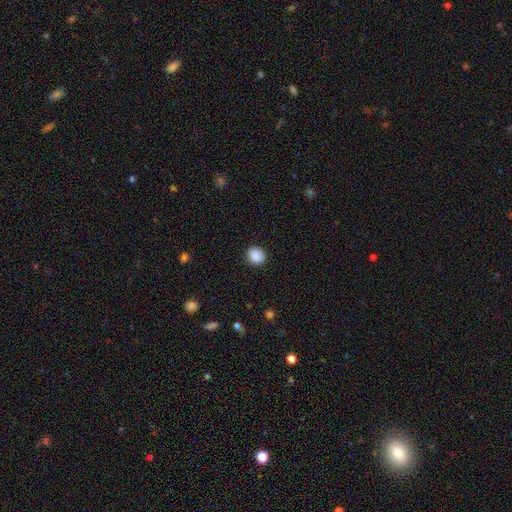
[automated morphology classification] smooth-or-featured: smooth: 88% | star or artifact: 8% | featured or disk: 3%
  how-rounded: round: 69% | in between: 30% | cigar-shaped: 1%
  merging: none: 88% | minor disturbance: 9% | major disturbance: 2% | merger: 1%